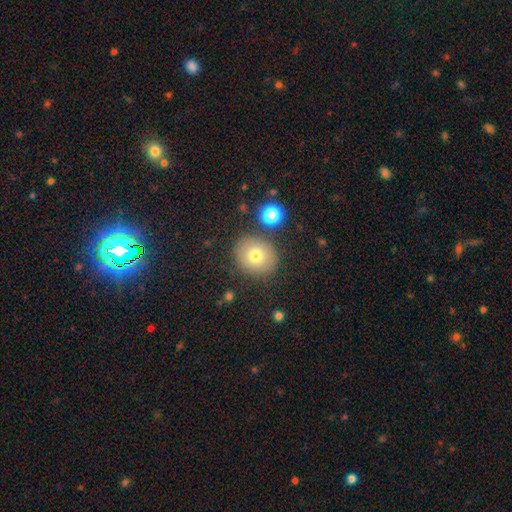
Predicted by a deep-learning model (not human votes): smooth 73%, featured or disk 15%, star or artifact 13%. Down the decision tree: how rounded — round (83%); merging — none (81%).